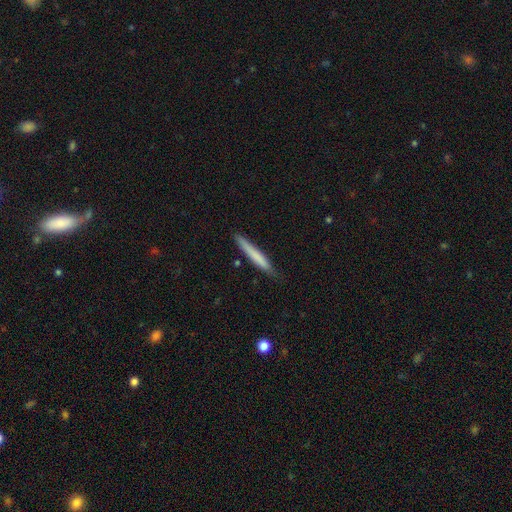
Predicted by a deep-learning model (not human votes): Smooth or featured? smooth (73%)
How rounded? cigar-shaped (96%)
Merging? none (82%)